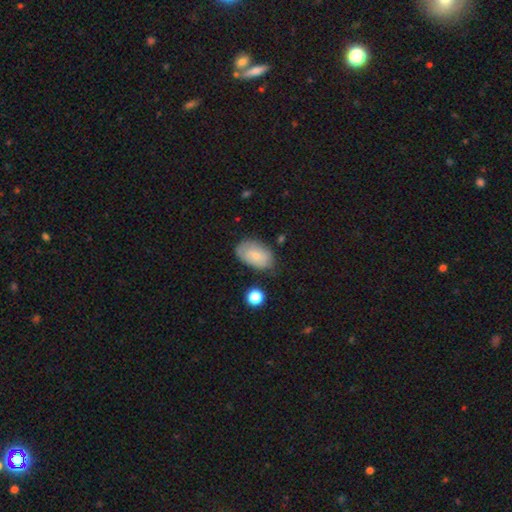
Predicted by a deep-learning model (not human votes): Smooth or featured? Predicted: smooth (p=0.70). How rounded? Predicted: in between (p=0.92). Merging? Predicted: none (p=0.70).